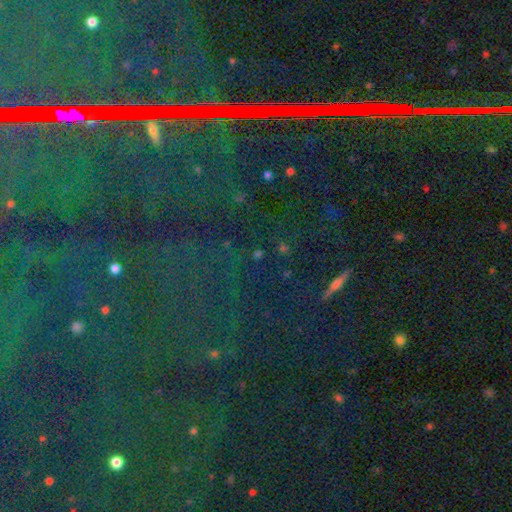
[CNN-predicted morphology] The model was most divided on "smooth or featured": star or artifact: 85%, smooth: 8%, featured or disk: 7%.